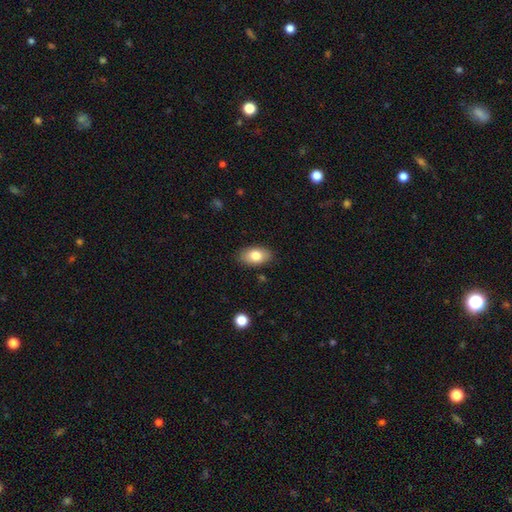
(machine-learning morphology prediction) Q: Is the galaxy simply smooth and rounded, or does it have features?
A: smooth — 80%.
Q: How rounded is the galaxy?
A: in between — 90%.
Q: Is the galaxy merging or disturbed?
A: none — 86%.